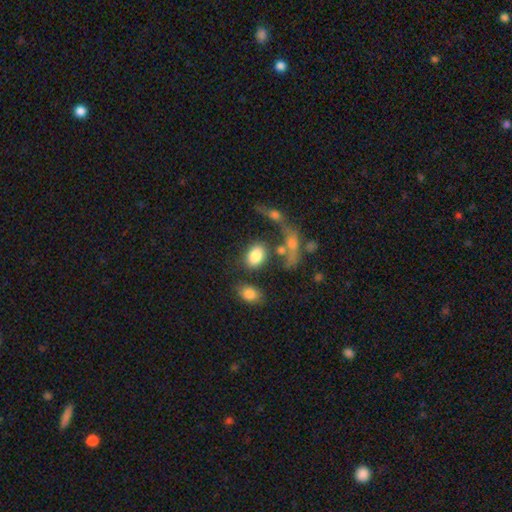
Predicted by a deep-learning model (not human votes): The model was most divided on "merging": none: 55%, merger: 19%, minor disturbance: 15%, major disturbance: 10%. More confident: smooth or featured — smooth (81%); how rounded — in between (76%).